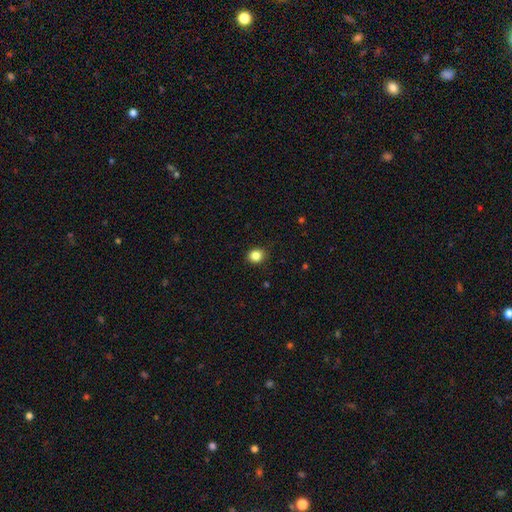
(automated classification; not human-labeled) This appears to be a smooth galaxy with no disk features (85%) that is round (75%). Merging: none (88%).